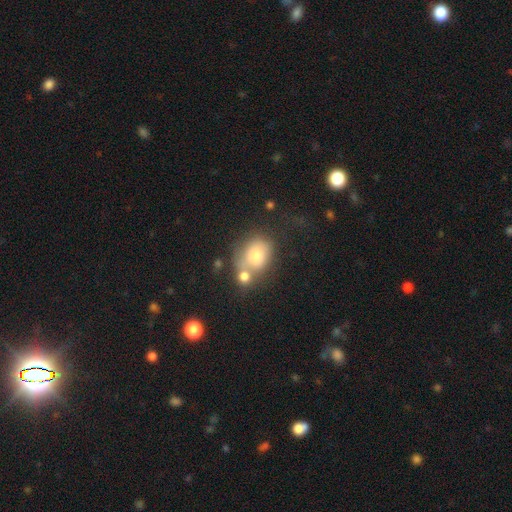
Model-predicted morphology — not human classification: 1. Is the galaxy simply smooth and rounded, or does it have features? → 75% smooth, 15% featured or disk, 10% star or artifact.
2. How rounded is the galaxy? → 49% round (tied), 49% in between (tied), 1% cigar-shaped.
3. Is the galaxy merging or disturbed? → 41% none, 32% merger, 18% minor disturbance, 9% major disturbance.